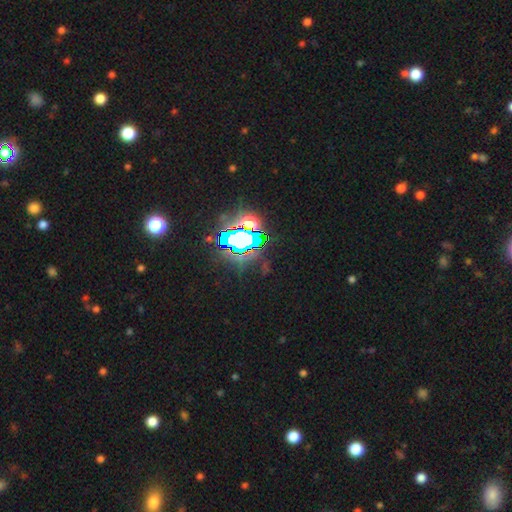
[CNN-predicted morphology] smooth_or_featured: star or artifact (p=0.83) [alt: smooth p=0.10]